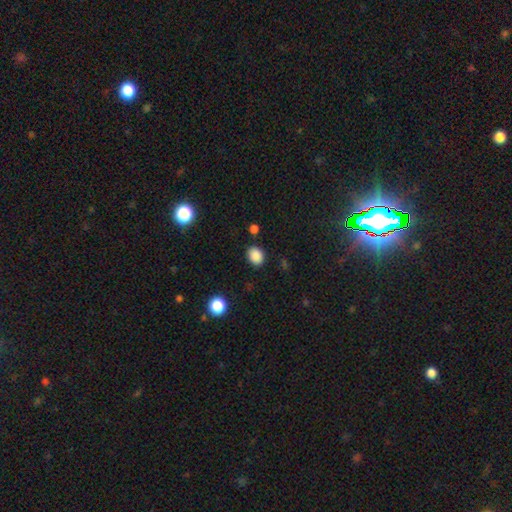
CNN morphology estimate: Smooth or featured?
  - smooth: 87% *
  - star or artifact: 10%
  - featured or disk: 3%
How rounded?
  - in between: 56% *
  - round: 43%
  - cigar-shaped: 1%
Merging?
  - none: 85% *
  - minor disturbance: 10%
  - major disturbance: 3%
  - merger: 3%